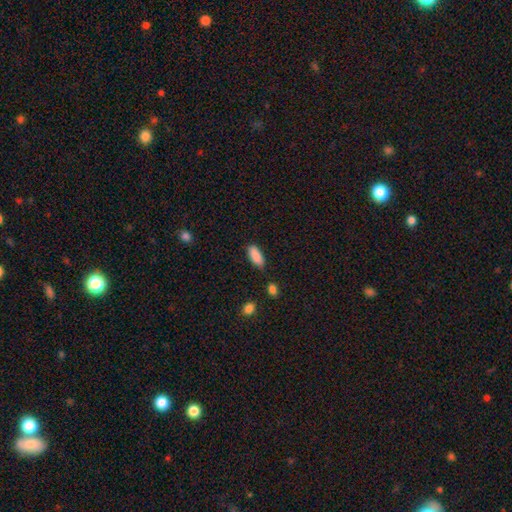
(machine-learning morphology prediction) Smooth or featured? Predicted: smooth (p=0.89). How rounded? Predicted: in between (p=0.77). Merging? Predicted: none (p=0.81).